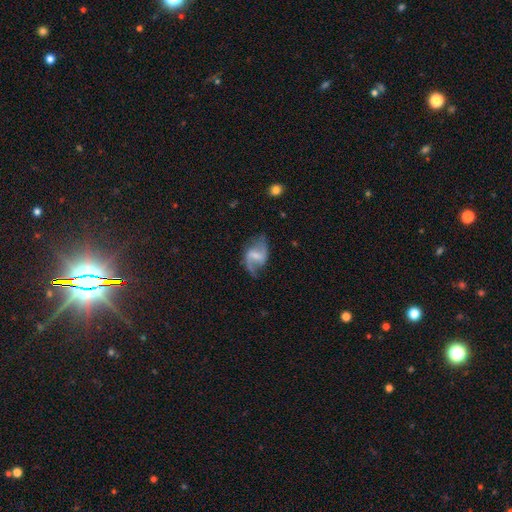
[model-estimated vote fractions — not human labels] This is clearly a featured or disk galaxy (82%). It is clearly not viewed edge-on (97%). Bar: possibly weak (52%). Spiral arm pattern: clearly yes (93%). Spiral arm count: clearly 2 (89%). Spiral winding: possibly loose (57%). Central bulge: possibly small (46%). Merging: likely none (70%).